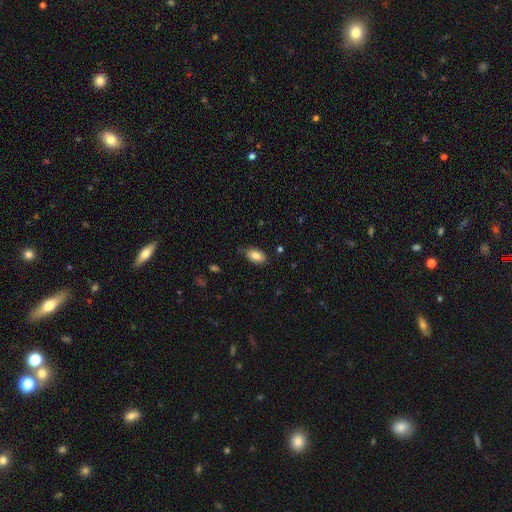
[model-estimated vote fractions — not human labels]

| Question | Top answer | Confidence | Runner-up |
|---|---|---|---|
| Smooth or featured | smooth | 84% | featured or disk (9%) |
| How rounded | in between | 92% | round (5%) |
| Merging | none | 78% | minor disturbance (17%) |